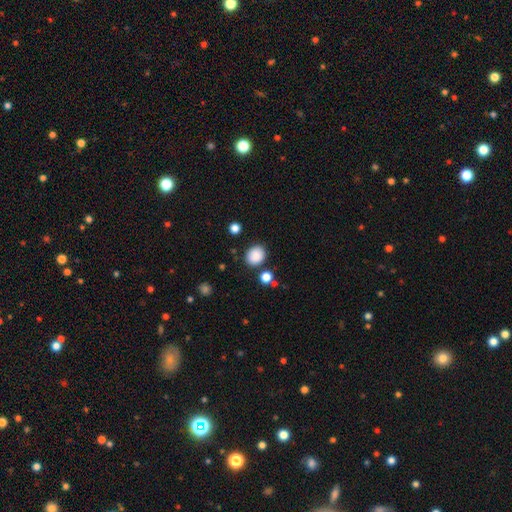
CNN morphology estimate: Smooth or featured?
  - smooth: 87% *
  - star or artifact: 10%
  - featured or disk: 4%
How rounded?
  - round: 62% *
  - in between: 37%
  - cigar-shaped: 1%
Merging?
  - none: 82% *
  - minor disturbance: 10%
  - merger: 4%
  - major disturbance: 3%